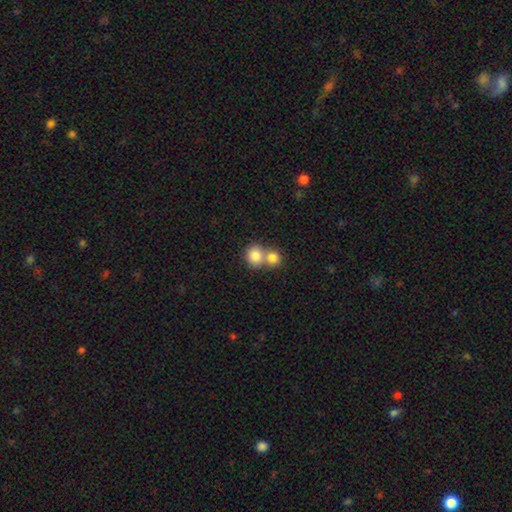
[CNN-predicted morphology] Smooth or featured? Predicted: smooth (p=0.83). How rounded? Predicted: round (p=0.81). Merging? Predicted: merger (p=0.54).